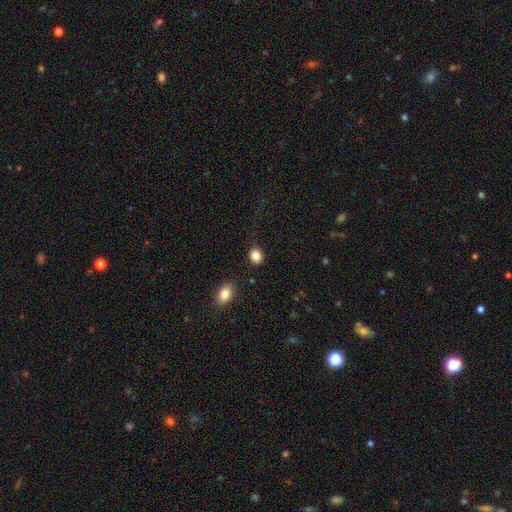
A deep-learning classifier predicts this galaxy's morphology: smooth-or-featured: smooth: 86% | star or artifact: 10% | featured or disk: 5%
  how-rounded: round: 61% | in between: 38% | cigar-shaped: 1%
  merging: none: 84% | minor disturbance: 10% | major disturbance: 3% | merger: 2%